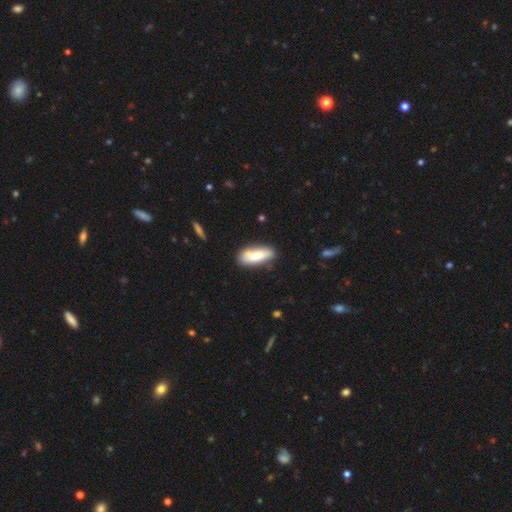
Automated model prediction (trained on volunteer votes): This is likely a smooth galaxy (77%). How rounded: likely in between (65%). Merging: likely none (70%).